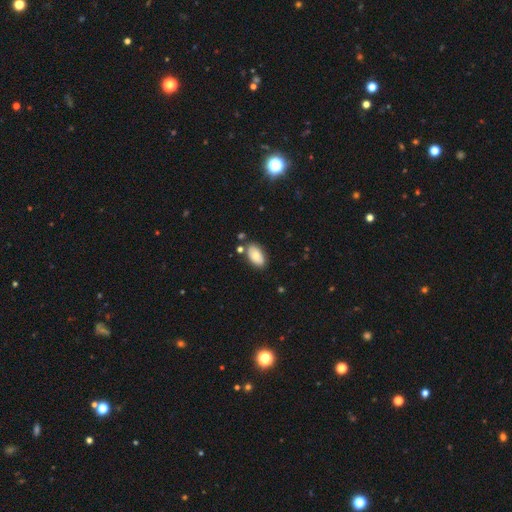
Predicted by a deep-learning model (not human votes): A smooth galaxy with no disk features (75%) that is in between round and cigar-shaped (94%). Merging: none (74%).